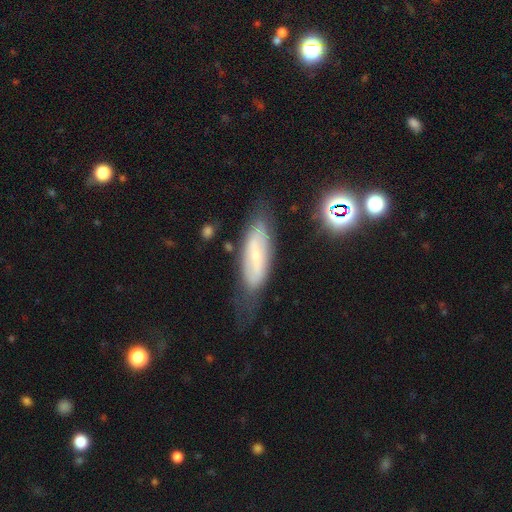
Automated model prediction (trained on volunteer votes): Smooth or featured? Predicted: featured or disk (p=0.54). Edge-on disk? Predicted: no (p=0.73). Merging? Predicted: none (p=0.62).